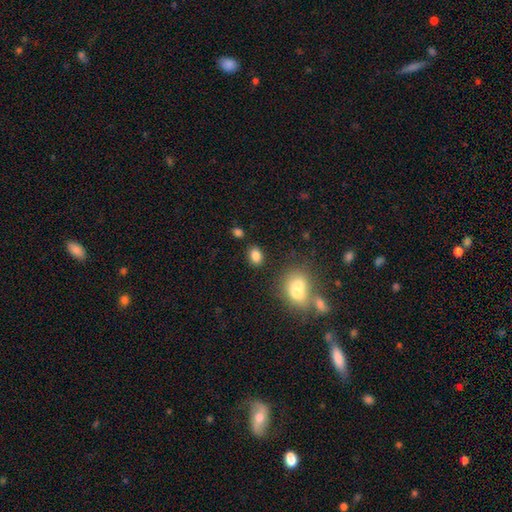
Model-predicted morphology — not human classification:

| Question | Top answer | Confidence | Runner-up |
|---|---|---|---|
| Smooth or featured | smooth | 83% | star or artifact (11%) |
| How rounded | in between | 73% | round (26%) |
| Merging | none | 79% | minor disturbance (10%) |